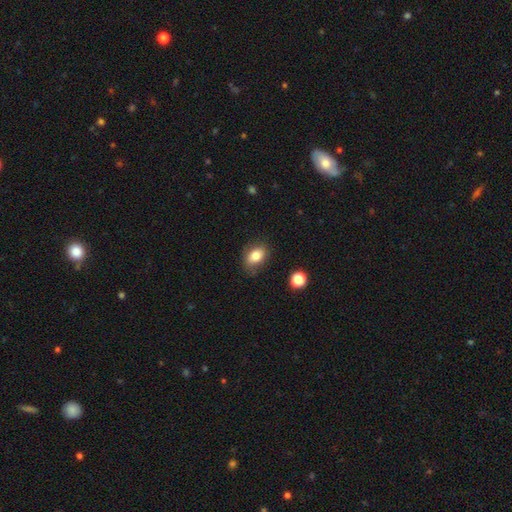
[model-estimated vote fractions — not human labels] A smooth galaxy with no disk features (81%) that is in between round and cigar-shaped (79%).

Vote fractions:
- Smooth or featured? smooth: 81% / star or artifact: 9% / featured or disk: 9%
- How rounded? in between: 79% / round: 20% / cigar-shaped: 1%
- Merging? none: 77% / minor disturbance: 17% / major disturbance: 4% / merger: 2%